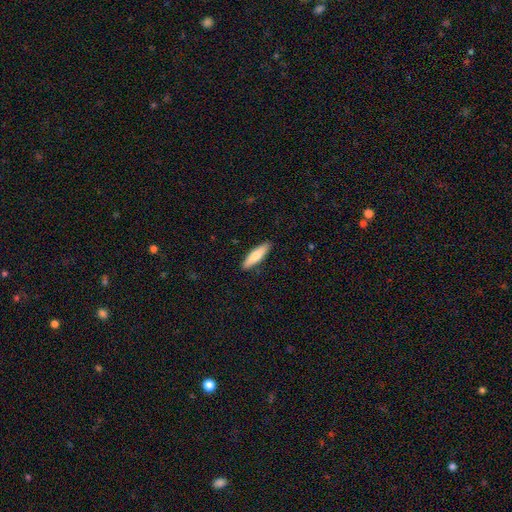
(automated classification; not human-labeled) smooth 74%, featured or disk 21%, star or artifact 5%. Down the decision tree: how rounded — cigar-shaped (70%); merging — none (90%).